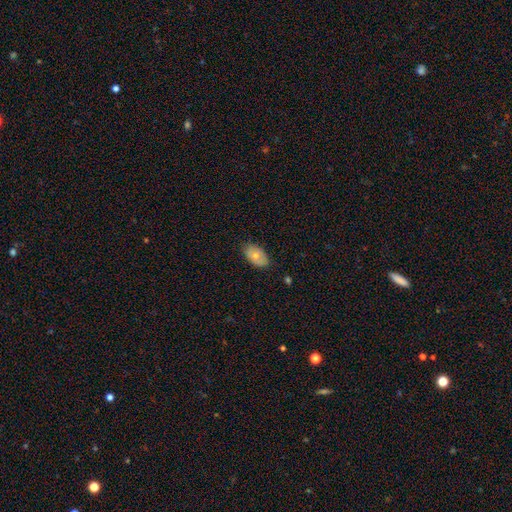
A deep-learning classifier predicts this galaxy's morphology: Smooth or featured? Predicted: smooth (p=0.69). How rounded? Predicted: in between (p=0.91). Merging? Predicted: none (p=0.78).